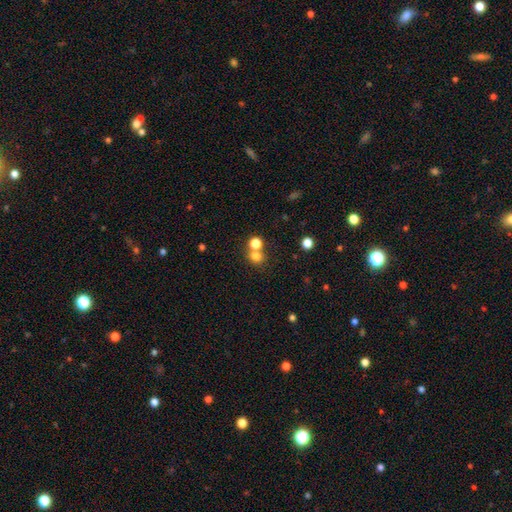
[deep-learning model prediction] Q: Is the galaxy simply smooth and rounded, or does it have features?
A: smooth — 76%.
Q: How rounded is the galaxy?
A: round — 82%.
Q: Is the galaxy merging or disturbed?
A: none — 56%.